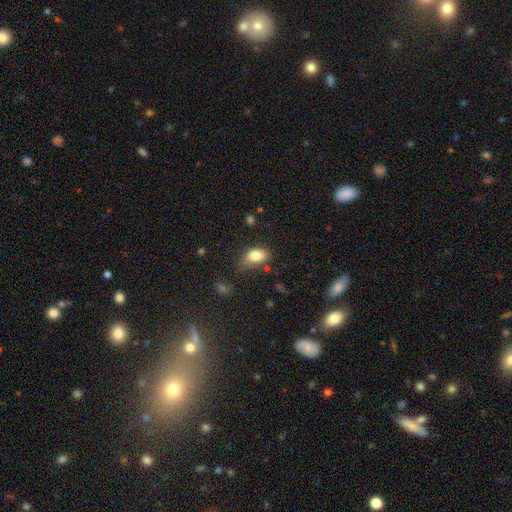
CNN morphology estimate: Smooth or featured?
  - smooth: 82% *
  - featured or disk: 9%
  - star or artifact: 9%
How rounded?
  - in between: 87% *
  - round: 11%
  - cigar-shaped: 2%
Merging?
  - none: 59% *
  - minor disturbance: 29%
  - major disturbance: 8%
  - merger: 4%